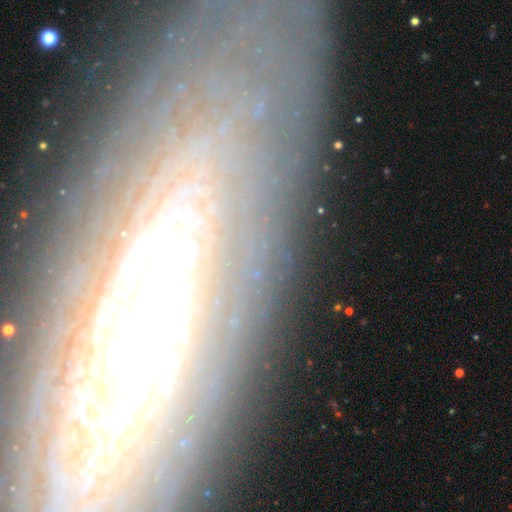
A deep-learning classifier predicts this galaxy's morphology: smooth-or-featured: featured or disk: 69% | star or artifact: 17% | smooth: 14%
  disk-edge-on: no: 58% | yes: 42%
  merging: none: 80% | minor disturbance: 13% | major disturbance: 6% | merger: 2%